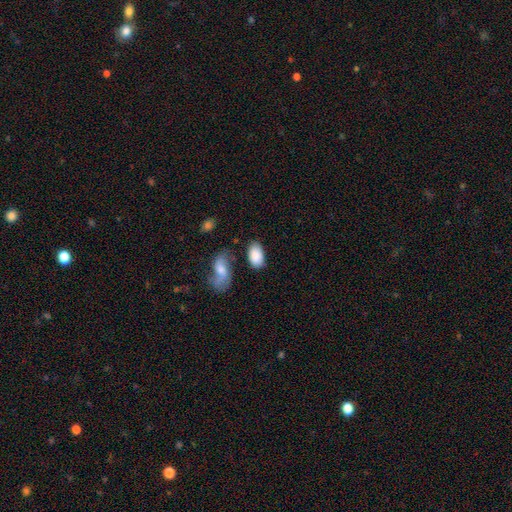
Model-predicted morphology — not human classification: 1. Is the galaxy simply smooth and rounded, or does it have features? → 85% smooth, 8% featured or disk, 6% star or artifact.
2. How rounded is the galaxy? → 93% in between, 5% round, 2% cigar-shaped.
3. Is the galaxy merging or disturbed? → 71% none, 16% minor disturbance, 8% merger, 5% major disturbance.